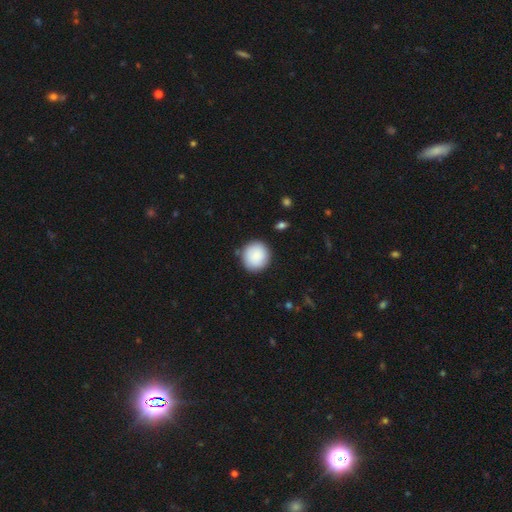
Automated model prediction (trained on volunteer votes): smooth_or_featured: smooth (p=0.89) [alt: star or artifact p=0.07]
how_rounded: round (p=0.86) [alt: in between p=0.13]
merging: none (p=0.87) [alt: minor disturbance p=0.09]